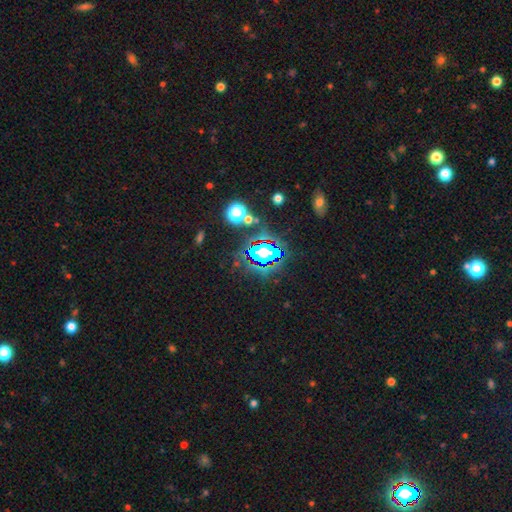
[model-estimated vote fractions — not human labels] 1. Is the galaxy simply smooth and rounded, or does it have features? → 79% star or artifact, 12% smooth, 9% featured or disk.